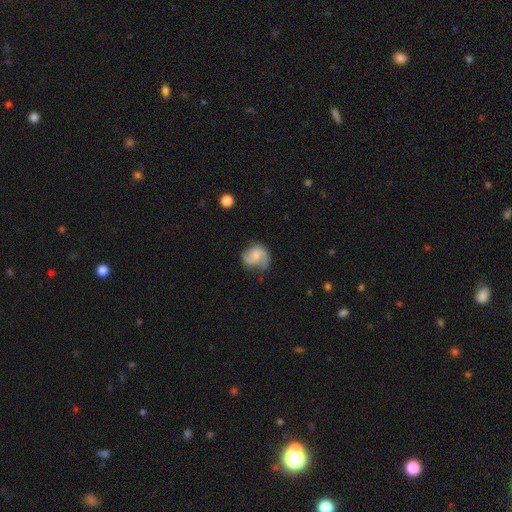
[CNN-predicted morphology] Smooth or featured? featured or disk (69%)
Edge-on disk? no (98%)
Bar? no (50%)
Spiral arms? yes (93%)
Spiral winding? medium (46%)
Spiral arm count? 2 (78%)
Bulge size? small (49%)
Merging? none (61%)